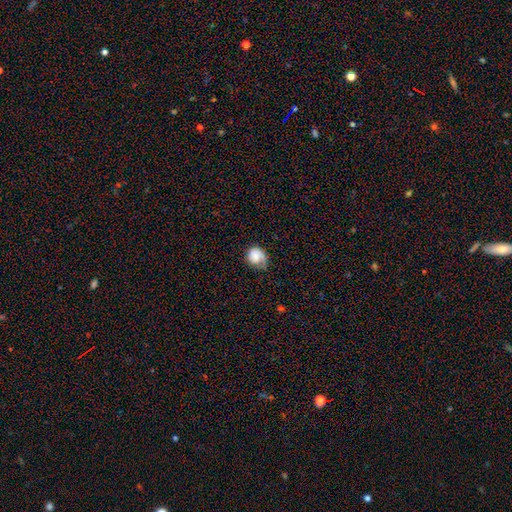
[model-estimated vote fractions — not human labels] A smooth galaxy with no disk features (72%) that is round (68%).

Vote fractions:
- Smooth or featured? smooth: 72% / featured or disk: 21% / star or artifact: 7%
- How rounded? round: 68% / in between: 31% / cigar-shaped: 1%
- Merging? none: 42% / minor disturbance: 35% / major disturbance: 20% / merger: 2%